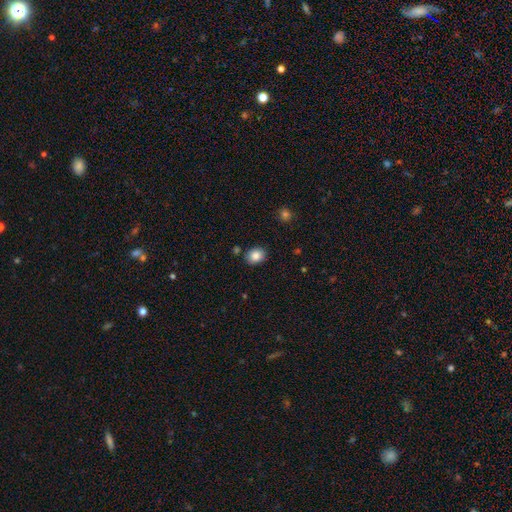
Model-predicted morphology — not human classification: This appears to be a smooth galaxy with no disk features (86%) that is in between round and cigar-shaped (50%). Merging: none (83%).